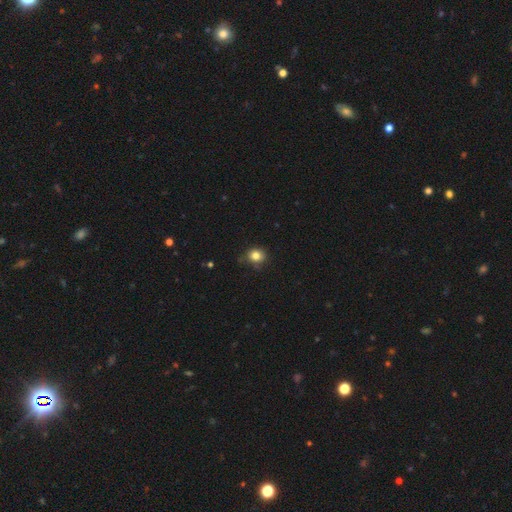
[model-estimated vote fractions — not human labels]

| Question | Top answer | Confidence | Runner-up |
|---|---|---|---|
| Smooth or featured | smooth | 82% | star or artifact (12%) |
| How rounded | round | 77% | in between (22%) |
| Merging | none | 75% | minor disturbance (19%) |